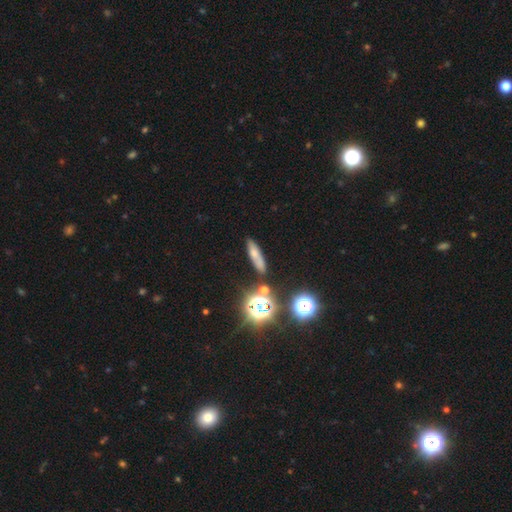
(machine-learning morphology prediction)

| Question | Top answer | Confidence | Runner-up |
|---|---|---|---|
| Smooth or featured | smooth | 54% | star or artifact (25%) |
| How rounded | cigar-shaped | 61% | in between (26%) |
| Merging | none | 77% | minor disturbance (13%) |